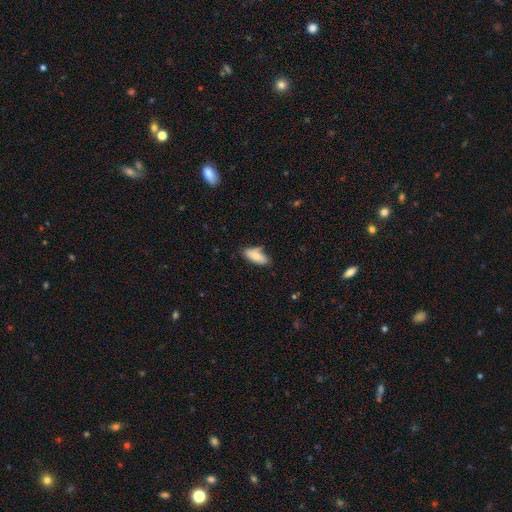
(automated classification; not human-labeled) Smooth or featured? Predicted: smooth (p=0.77). How rounded? Predicted: in between (p=0.82). Merging? Predicted: none (p=0.67).